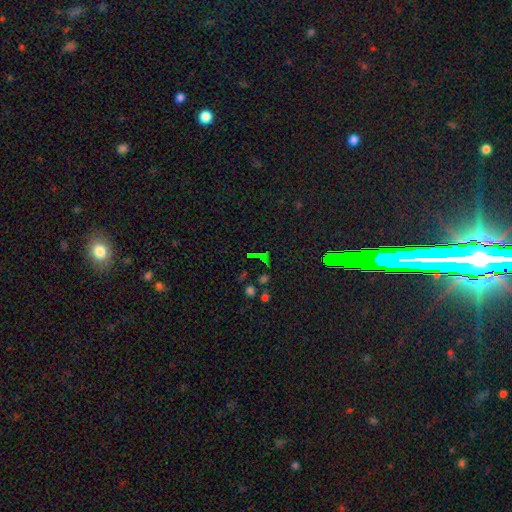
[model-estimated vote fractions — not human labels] star or artifact 65%, smooth 21%, featured or disk 13%.